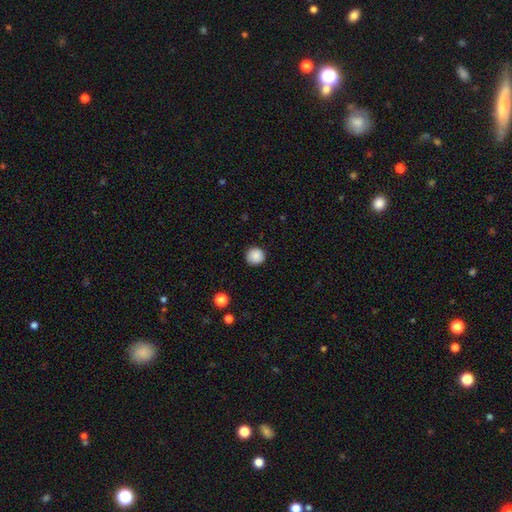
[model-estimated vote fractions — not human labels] Overall: smooth (88%). How rounded: round (93%). Merging: none (90%).